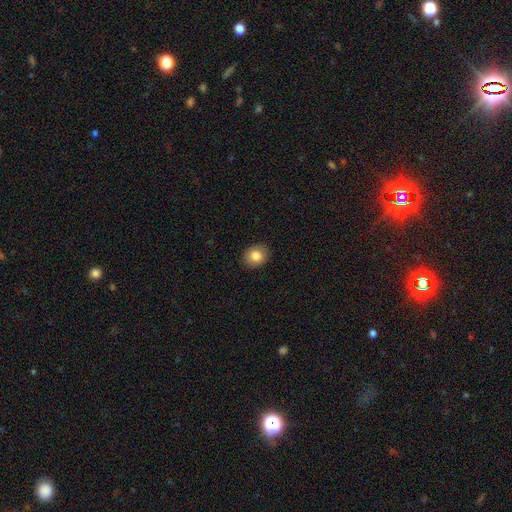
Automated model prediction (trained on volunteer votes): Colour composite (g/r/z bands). It shows a smooth galaxy with no disk features (83%) that is round (60%). Merging: none (90%).